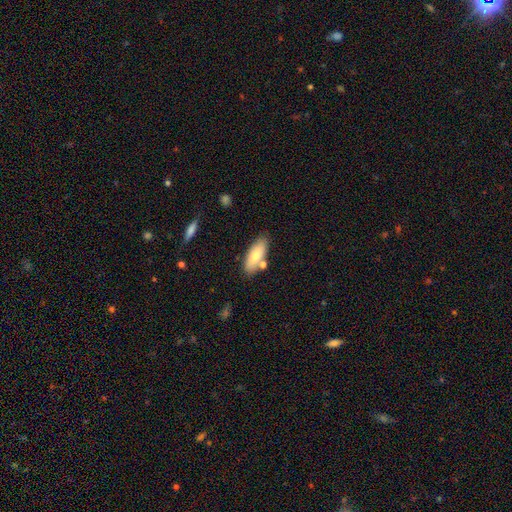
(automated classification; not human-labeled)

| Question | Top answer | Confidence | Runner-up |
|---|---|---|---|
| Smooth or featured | smooth | 73% | featured or disk (20%) |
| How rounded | in between | 76% | cigar-shaped (21%) |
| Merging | none | 74% | minor disturbance (13%) |